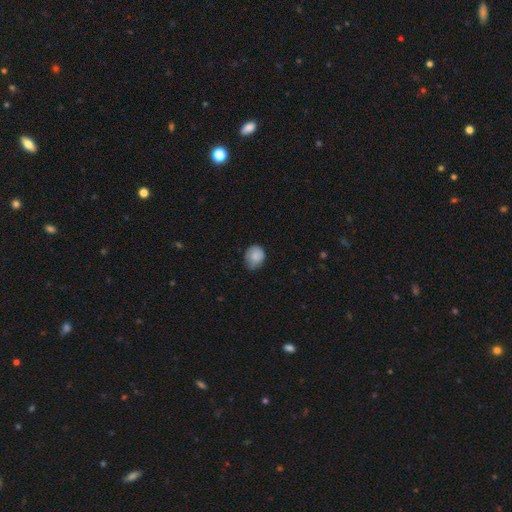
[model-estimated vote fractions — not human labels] This appears to be a smooth galaxy with no disk features (83%) that is round (65%). Merging: none (59%).